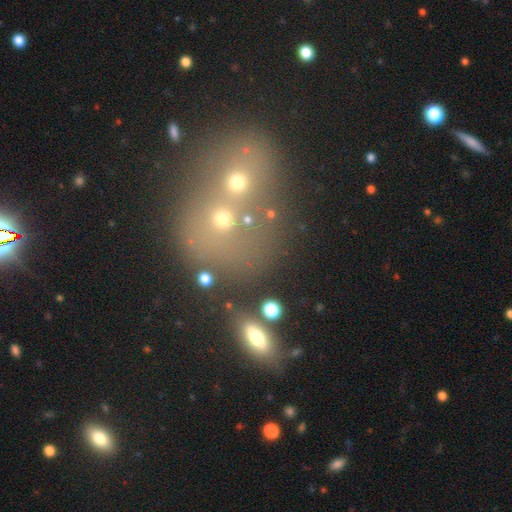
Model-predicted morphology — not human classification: Smooth or featured? smooth (53%)
How rounded? round (53%)
Merging? merger (61%)